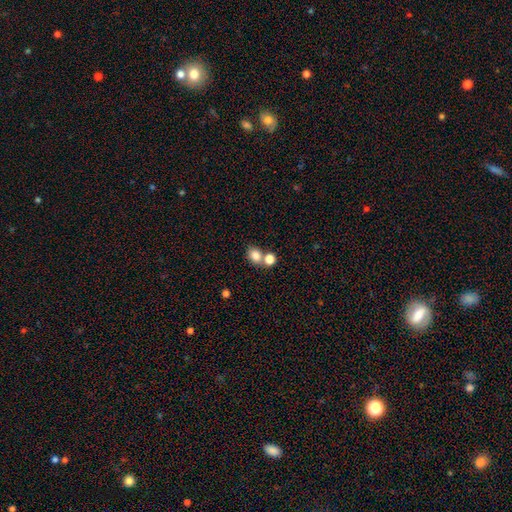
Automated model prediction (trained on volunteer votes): Smooth or featured: smooth — 81% (star or artifact — 11%)
How rounded: round — 57% (in between — 42%)
Merging: none — 50% (merger — 39%)